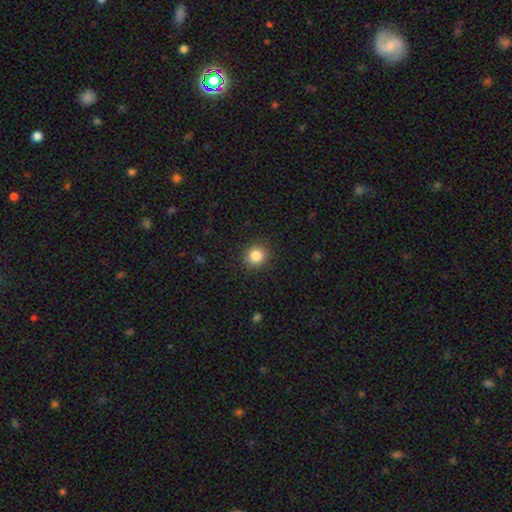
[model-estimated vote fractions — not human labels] A smooth galaxy with no disk features (85%) that is round (87%).

Vote fractions:
- Smooth or featured? smooth: 85% / star or artifact: 10% / featured or disk: 5%
- How rounded? round: 87% / in between: 12% / cigar-shaped: 1%
- Merging? none: 90% / minor disturbance: 7% / major disturbance: 2% / merger: 1%